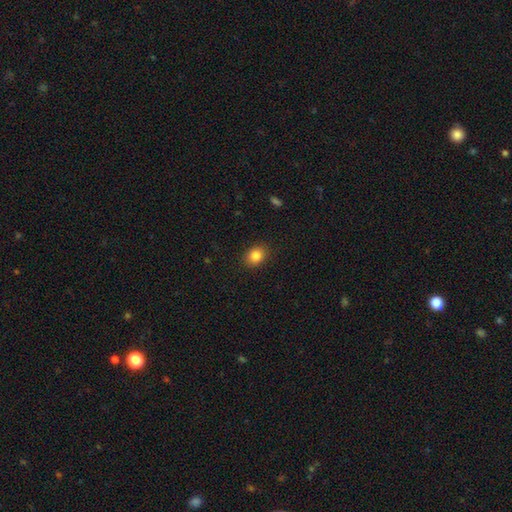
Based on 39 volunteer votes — A smooth galaxy with no disk features (90%) that is in between round and cigar-shaped (54%). Merging: none (95%).